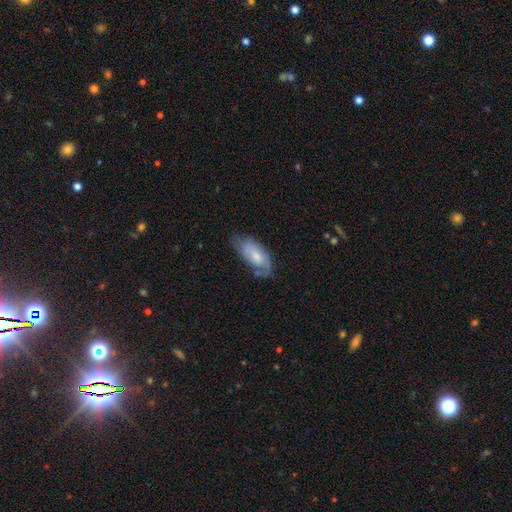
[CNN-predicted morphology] Q: Smooth or featured?
A: smooth (48%); runner-up: featured or disk (45%)
Q: Merging?
A: none (54%); runner-up: minor disturbance (29%)